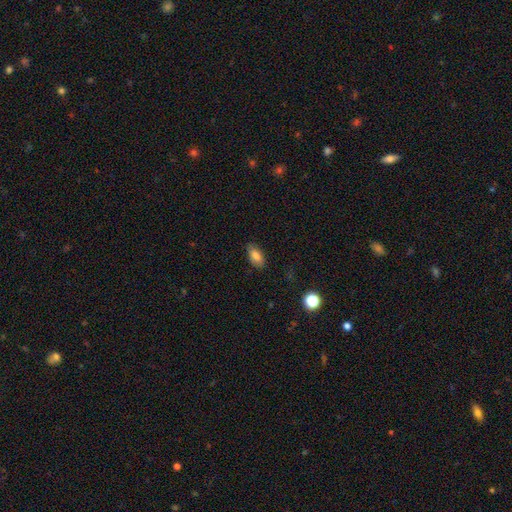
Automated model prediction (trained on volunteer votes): A smooth galaxy with no disk features (81%) that is in between round and cigar-shaped (89%).

Vote fractions:
- Smooth or featured? smooth: 81% / featured or disk: 10% / star or artifact: 9%
- How rounded? in between: 89% / cigar-shaped: 6% / round: 5%
- Merging? none: 81% / minor disturbance: 15% / major disturbance: 3% / merger: 1%